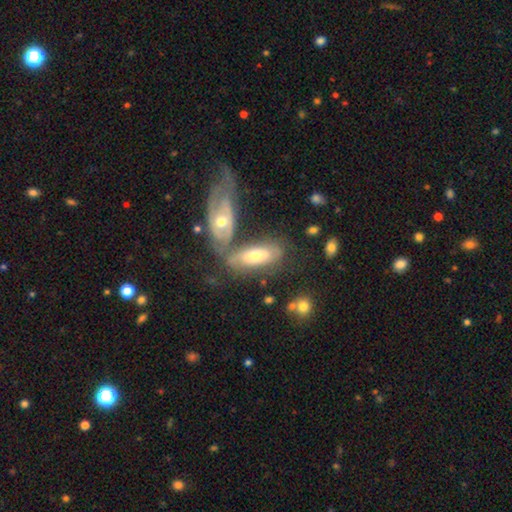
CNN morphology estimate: The model was most divided on "merging": merger: 41%, none: 32%, minor disturbance: 16%, major disturbance: 11%. More confident: edge-on disk — no (78%); smooth or featured — featured or disk (53%).